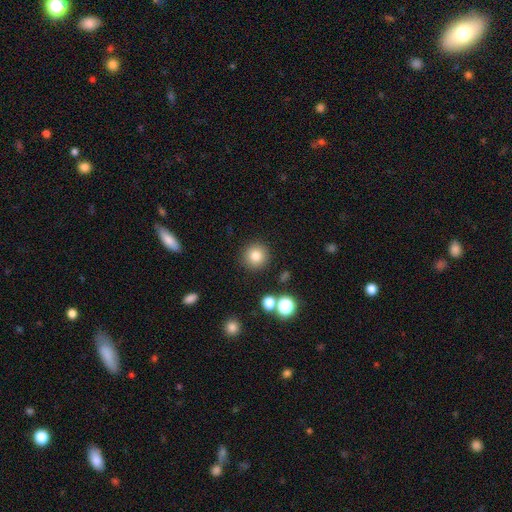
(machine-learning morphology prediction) Smooth or featured: smooth — 82% (star or artifact — 12%)
How rounded: round — 95% (in between — 4%)
Merging: none — 89% (minor disturbance — 6%)